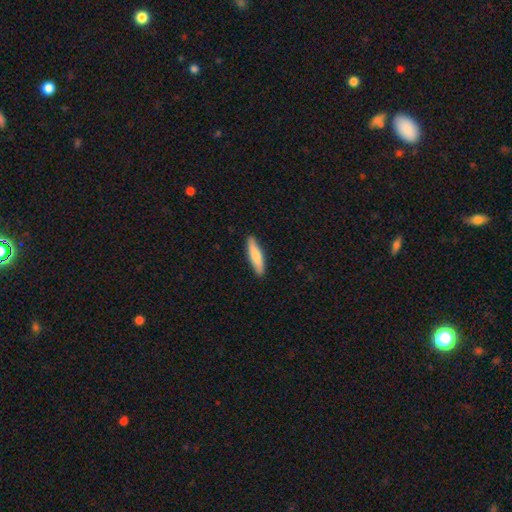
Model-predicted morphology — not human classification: This is likely a smooth galaxy (76%). How rounded: clearly cigar-shaped (80%). Merging: clearly none (89%).